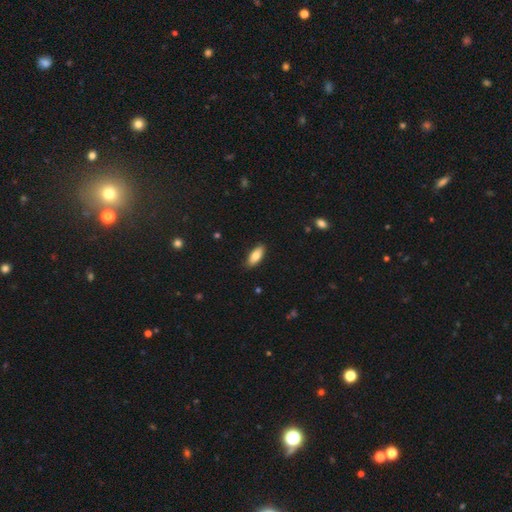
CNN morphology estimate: A smooth galaxy with no disk features (79%) that is in between round and cigar-shaped (79%).

Vote fractions:
- Smooth or featured? smooth: 79% / featured or disk: 14% / star or artifact: 6%
- How rounded? in between: 79% / cigar-shaped: 19% / round: 2%
- Merging? none: 87% / minor disturbance: 10% / major disturbance: 2% / merger: 1%